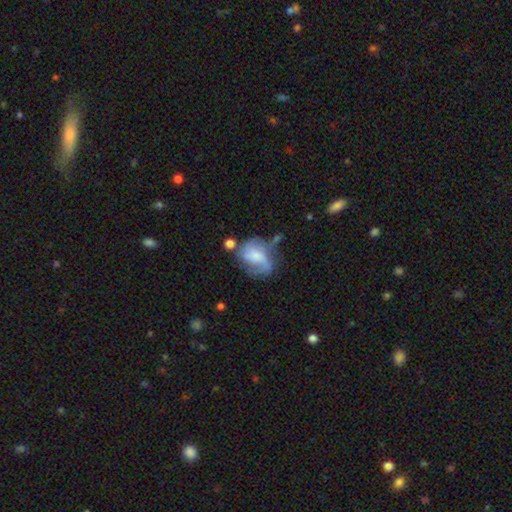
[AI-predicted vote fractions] A featured or disk galaxy (53%) with no bar (58%), spiral arms (70%) and a small central bulge (33%).

Vote fractions:
- Smooth or featured? featured or disk: 53% / smooth: 38% / star or artifact: 9%
- Edge-on disk? no: 97% / yes: 3%
- Bar? no: 58% / weak: 33% / strong: 9%
- Spiral arms? yes: 70% / no: 30%
- Bulge size? small: 33% / moderate: 29% / none: 25% / large: 10% / dominant: 3%
- Merging? none: 34% / major disturbance: 28% / minor disturbance: 26% / merger: 11%